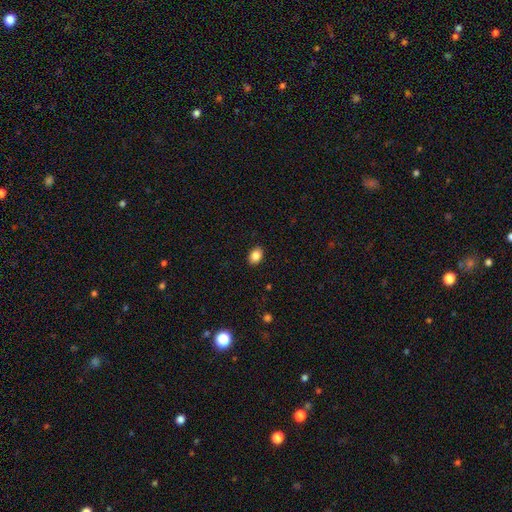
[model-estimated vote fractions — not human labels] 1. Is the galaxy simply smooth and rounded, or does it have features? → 85% smooth, 9% star or artifact, 6% featured or disk.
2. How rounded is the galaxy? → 81% in between, 18% round, 1% cigar-shaped.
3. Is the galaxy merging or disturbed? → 89% none, 8% minor disturbance, 2% major disturbance, 1% merger.